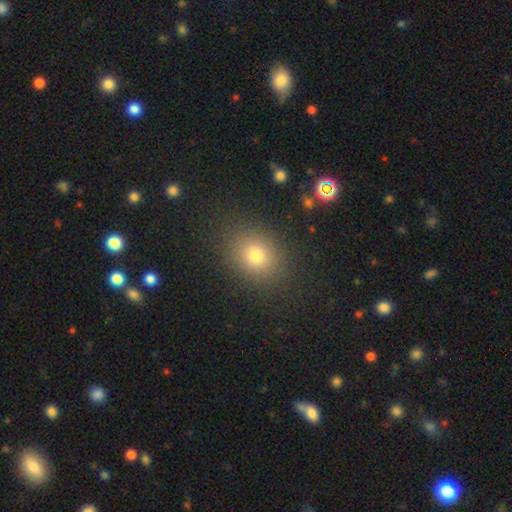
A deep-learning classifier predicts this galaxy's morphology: smooth_or_featured: smooth (p=0.75) [alt: star or artifact p=0.16]
how_rounded: round (p=0.59) [alt: in between p=0.40]
merging: none (p=0.87) [alt: minor disturbance p=0.08]